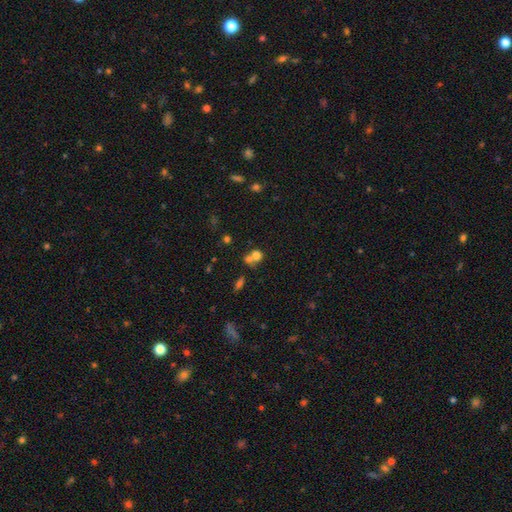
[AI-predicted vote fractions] The model was most divided on "merging": merger: 54%, none: 34%, minor disturbance: 7%, major disturbance: 5%. More confident: how rounded — round (75%); smooth or featured — smooth (71%).